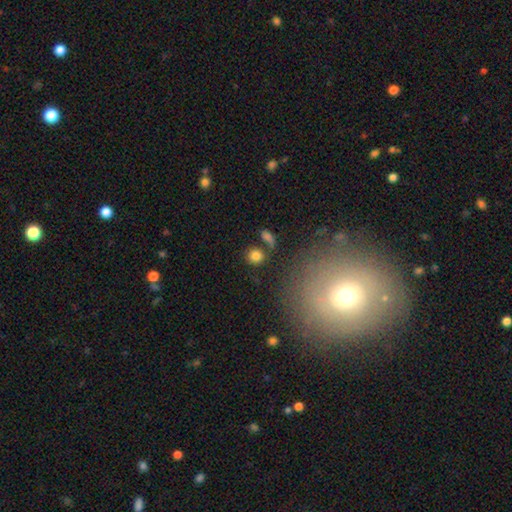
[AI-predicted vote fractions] Smooth or featured? smooth (83%)
How rounded? round (81%)
Merging? none (72%)